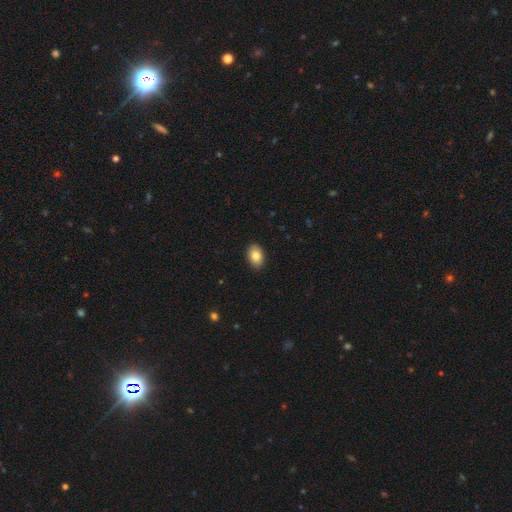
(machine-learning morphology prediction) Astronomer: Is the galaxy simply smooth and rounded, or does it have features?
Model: smooth — 85%.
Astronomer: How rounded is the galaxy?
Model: in between — 85%.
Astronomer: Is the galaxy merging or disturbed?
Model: none — 89%.